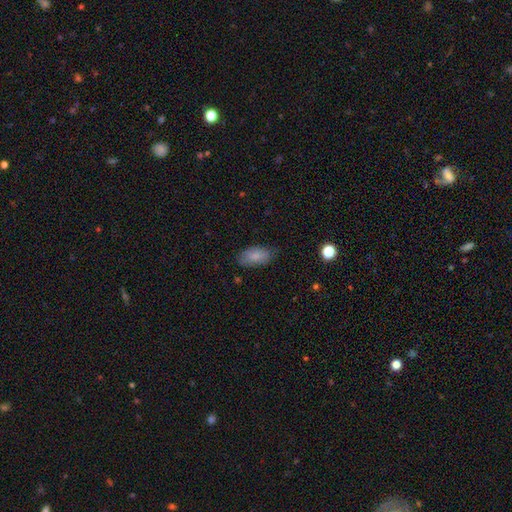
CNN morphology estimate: Q: Smooth or featured?
A: smooth (81%); runner-up: featured or disk (12%)
Q: How rounded?
A: in between (93%); runner-up: cigar-shaped (4%)
Q: Merging?
A: none (74%); runner-up: minor disturbance (20%)